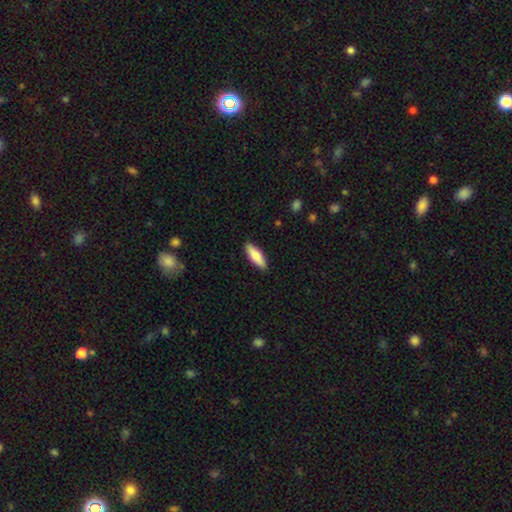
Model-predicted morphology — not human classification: Q: Smooth or featured?
A: smooth (76%); runner-up: featured or disk (19%)
Q: How rounded?
A: in between (52%); runner-up: cigar-shaped (46%)
Q: Merging?
A: none (90%); runner-up: minor disturbance (7%)